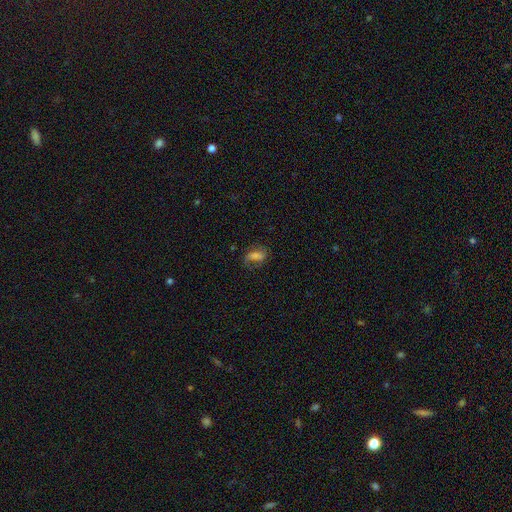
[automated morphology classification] type=smooth (58%); roundness=in between (81%); merging=none (55%).